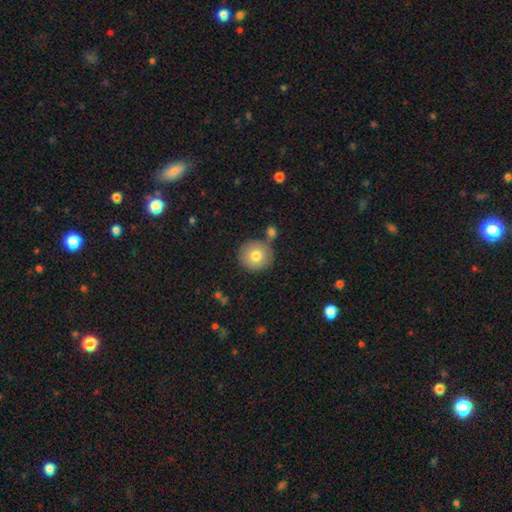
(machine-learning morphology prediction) This appears to be a smooth galaxy with no disk features (79%) that is round (94%). Merging: none (72%).